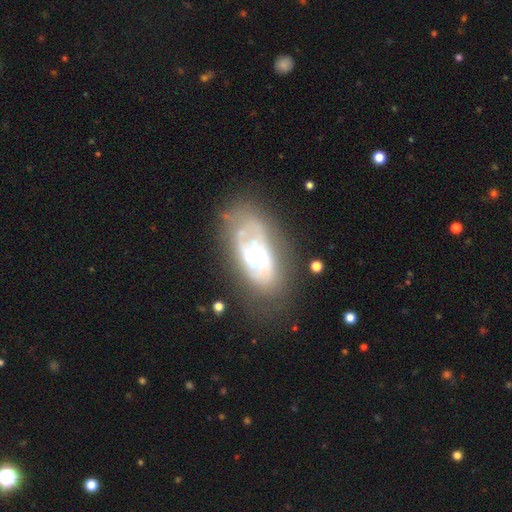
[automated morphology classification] smooth_or_featured: featured or disk (p=0.67) [alt: smooth p=0.24]
disk_edge_on: no (p=0.93) [alt: yes p=0.07]
bar: no (p=0.62) [alt: weak p=0.27]
has_spiral_arms: no (p=0.50) [tied with: yes p=0.50]
bulge_size: moderate (p=0.43) [alt: small p=0.32]
merging: none (p=0.44) [alt: major disturbance p=0.24]